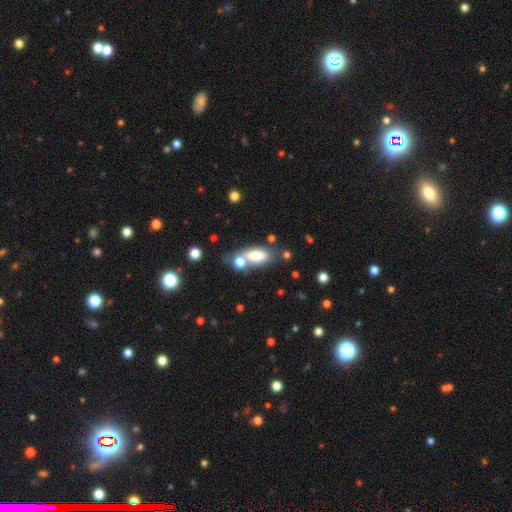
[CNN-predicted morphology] smooth 77%, featured or disk 14%, star or artifact 9%. Down the decision tree: how rounded — in between (82%); merging — none (50%).